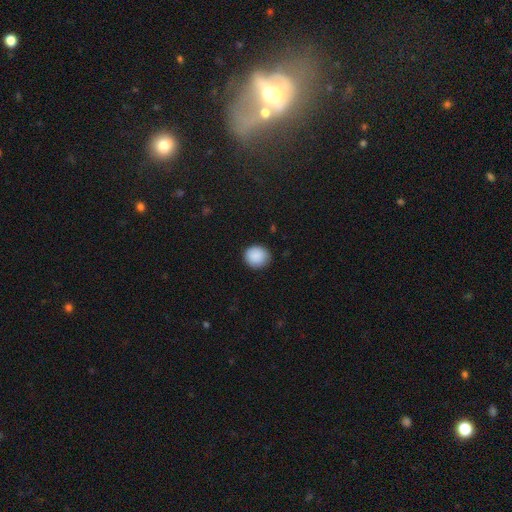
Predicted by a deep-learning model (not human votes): This is clearly a smooth galaxy (89%). How rounded: clearly round (86%). Merging: clearly none (86%).